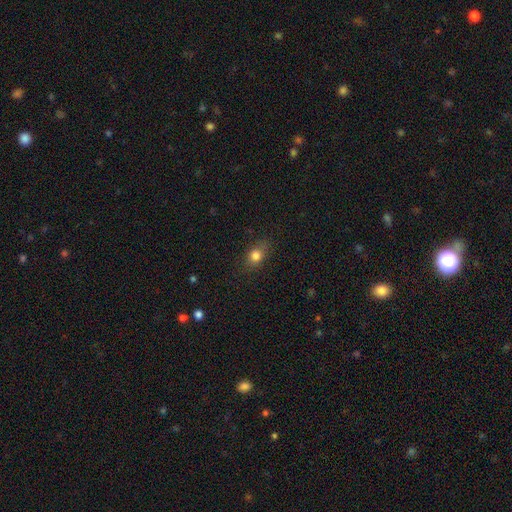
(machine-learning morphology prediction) Smooth or featured? Predicted: smooth (p=0.79). How rounded? Predicted: in between (p=0.55). Merging? Predicted: none (p=0.79).